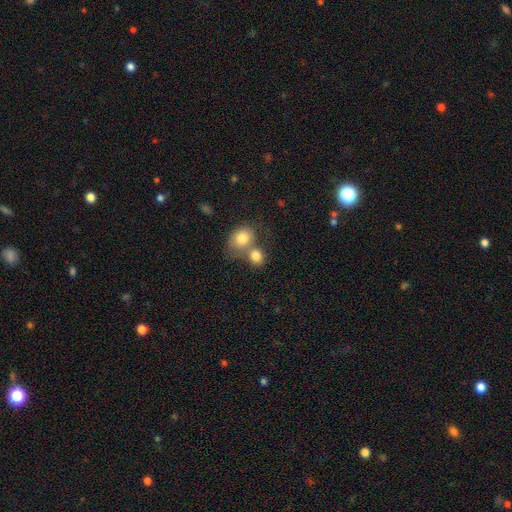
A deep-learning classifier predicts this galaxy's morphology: Smooth or featured? Predicted: smooth (p=0.81). How rounded? Predicted: round (p=0.63). Merging? Predicted: merger (p=0.53).